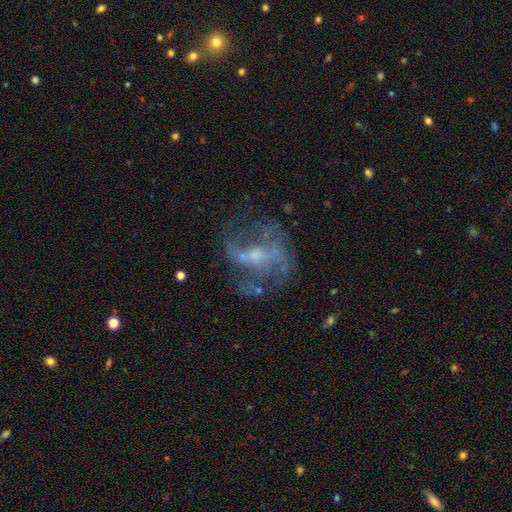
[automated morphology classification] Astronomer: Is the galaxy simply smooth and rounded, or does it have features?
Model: featured or disk — 79%.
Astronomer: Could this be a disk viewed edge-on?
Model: no — 97%.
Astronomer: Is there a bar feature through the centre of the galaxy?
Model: weak — 43% (runner-up: no, 42%).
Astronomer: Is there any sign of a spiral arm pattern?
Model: yes — 79%.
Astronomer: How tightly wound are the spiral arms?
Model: loose — 46% (runner-up: medium, 41%).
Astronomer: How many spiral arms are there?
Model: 2 — 46% (runner-up: can't tell, 23%).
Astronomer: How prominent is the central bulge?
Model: small — 45% (runner-up: moderate, 36%).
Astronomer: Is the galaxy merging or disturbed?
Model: none — 58%.